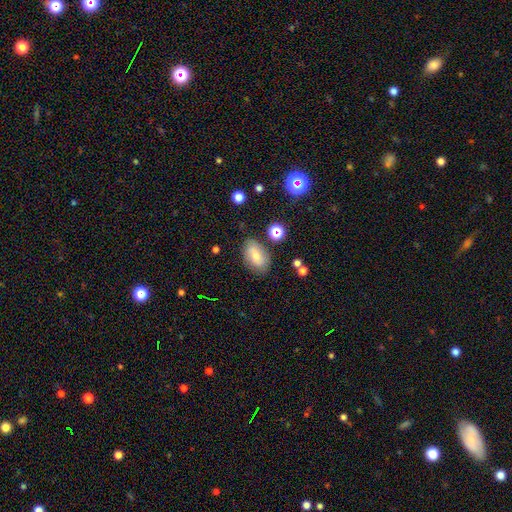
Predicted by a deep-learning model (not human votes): smooth-or-featured: smooth: 65% | featured or disk: 24% | star or artifact: 11%
  how-rounded: in between: 87% | round: 11% | cigar-shaped: 2%
  merging: none: 74% | minor disturbance: 17% | major disturbance: 5% | merger: 3%